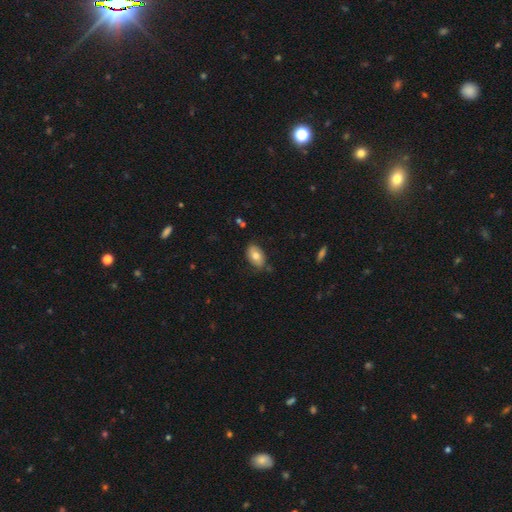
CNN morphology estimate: A smooth galaxy with no disk features (75%) that is in between round and cigar-shaped (92%).

Vote fractions:
- Smooth or featured? smooth: 75% / featured or disk: 18% / star or artifact: 7%
- How rounded? in between: 92% / round: 6% / cigar-shaped: 2%
- Merging? none: 75% / minor disturbance: 19% / major disturbance: 4% / merger: 2%